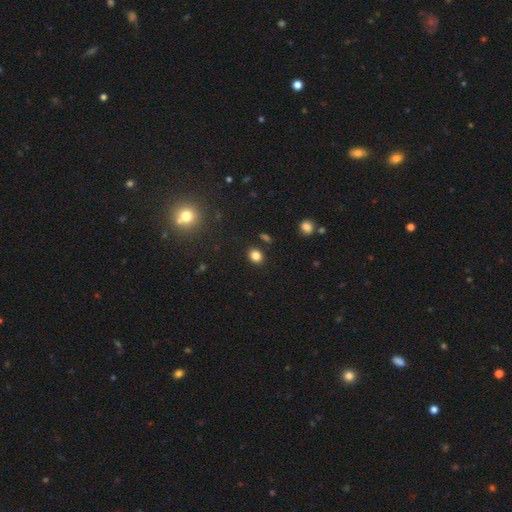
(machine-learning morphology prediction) Smooth or featured? Predicted: smooth (p=0.83). How rounded? Predicted: round (p=0.57). Merging? Predicted: none (p=0.87).